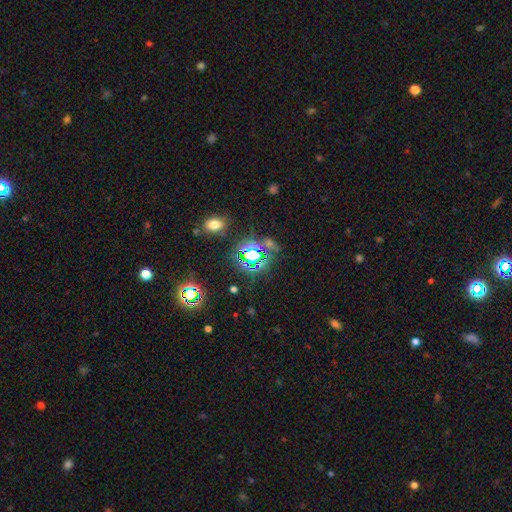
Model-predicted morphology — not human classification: This appears to be a star or artifact, not a galaxy (72%).